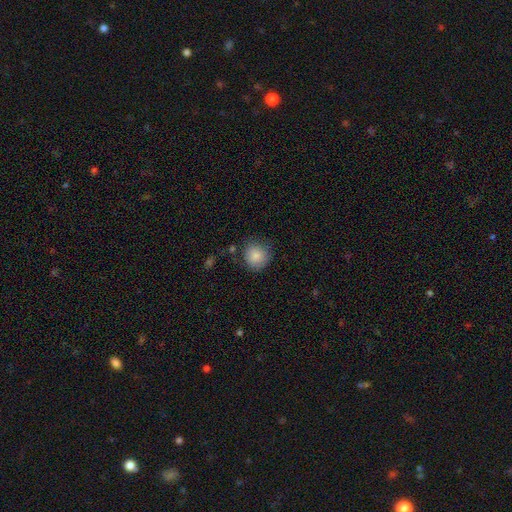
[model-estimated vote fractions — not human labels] Smooth or featured? Predicted: smooth (p=0.85). How rounded? Predicted: round (p=0.89). Merging? Predicted: none (p=0.77).